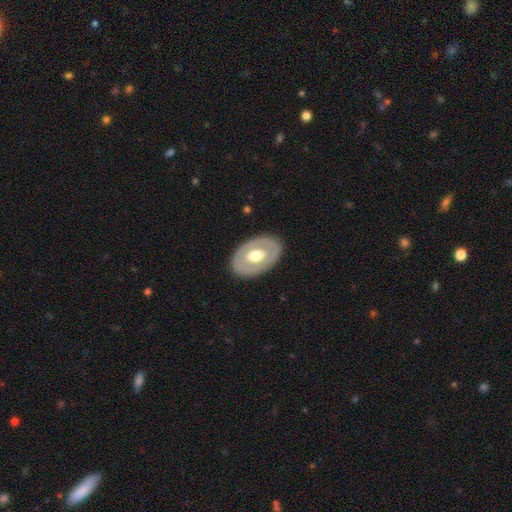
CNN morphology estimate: A featured or disk galaxy (54%). Merging: none (84%).